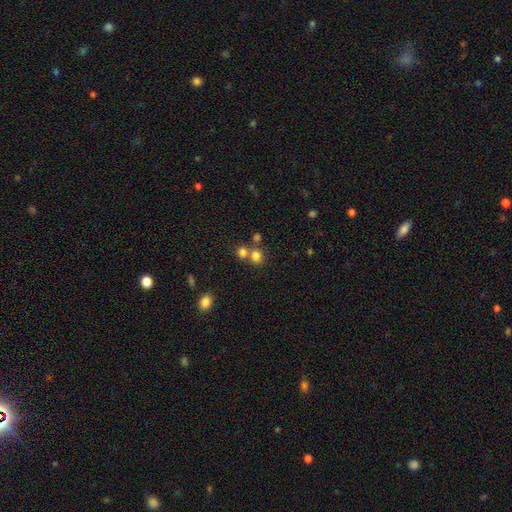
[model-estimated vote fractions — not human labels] Smooth or featured?
  - smooth: 77% *
  - star or artifact: 15%
  - featured or disk: 8%
How rounded?
  - round: 80% *
  - in between: 19%
  - cigar-shaped: 1%
Merging?
  - none: 52% *
  - merger: 38%
  - minor disturbance: 7%
  - major disturbance: 3%